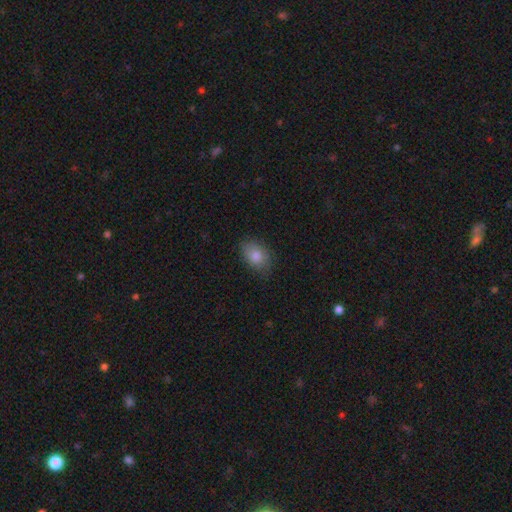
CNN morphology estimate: Smooth or featured?
  - smooth: 80% *
  - featured or disk: 12%
  - star or artifact: 9%
How rounded?
  - in between: 76% *
  - round: 22%
  - cigar-shaped: 1%
Merging?
  - none: 76% *
  - minor disturbance: 19%
  - major disturbance: 4%
  - merger: 1%